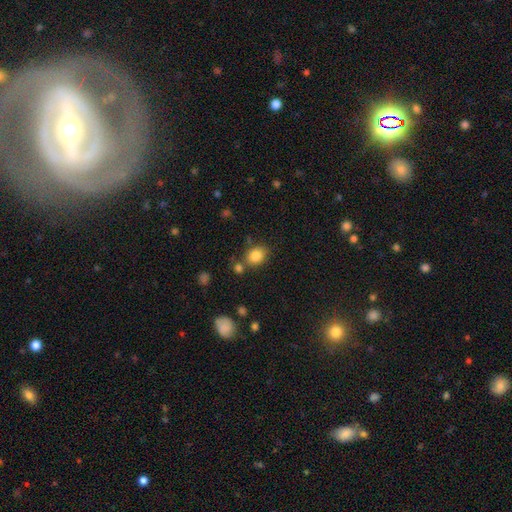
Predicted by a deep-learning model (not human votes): The model was most divided on "how rounded": in between: 50%, round: 49%, cigar-shaped: 1%. More confident: smooth or featured — smooth (84%); merging — none (72%).